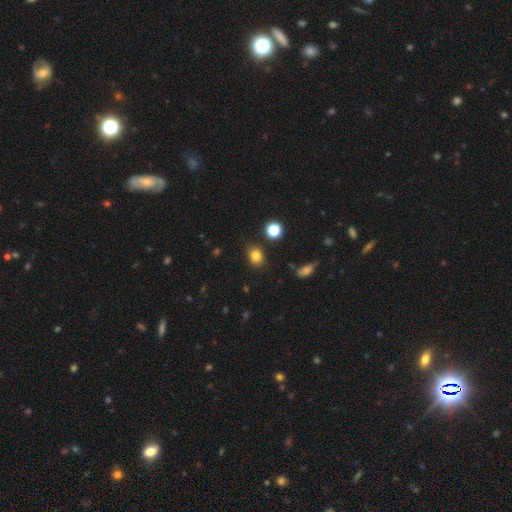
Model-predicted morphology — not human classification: A smooth galaxy with no disk features (81%) that is round (53%).

Vote fractions:
- Smooth or featured? smooth: 81% / star or artifact: 13% / featured or disk: 6%
- How rounded? round: 53% / in between: 46% / cigar-shaped: 1%
- Merging? none: 84% / minor disturbance: 10% / merger: 3% / major disturbance: 3%